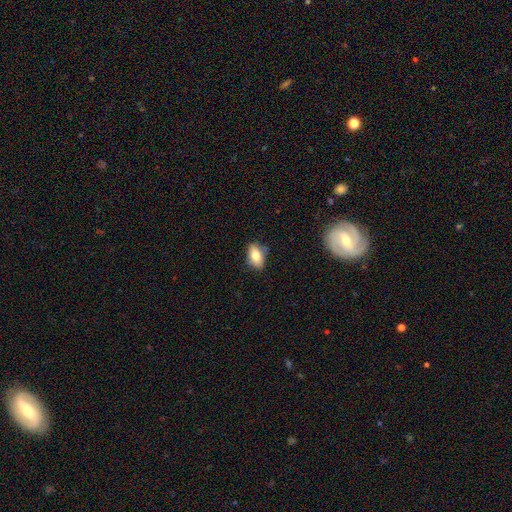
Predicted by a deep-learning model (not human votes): This appears to be a smooth galaxy with no disk features (75%) that is in between round and cigar-shaped (86%). Merging: none (77%).